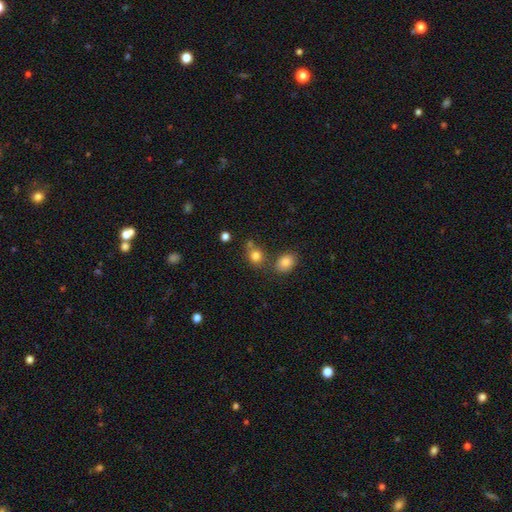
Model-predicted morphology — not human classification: This appears to be a smooth galaxy with no disk features (80%) that is round (71%). Merging: none (62%).